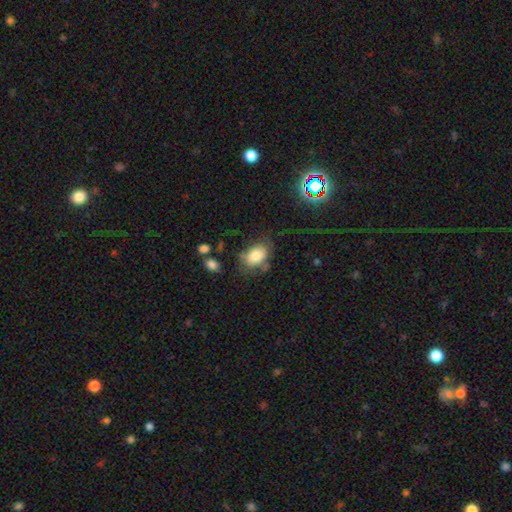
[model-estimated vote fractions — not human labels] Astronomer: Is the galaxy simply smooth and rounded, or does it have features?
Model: smooth — 78%.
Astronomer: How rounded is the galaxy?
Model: in between — 83%.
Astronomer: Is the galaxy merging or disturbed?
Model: none — 59%.